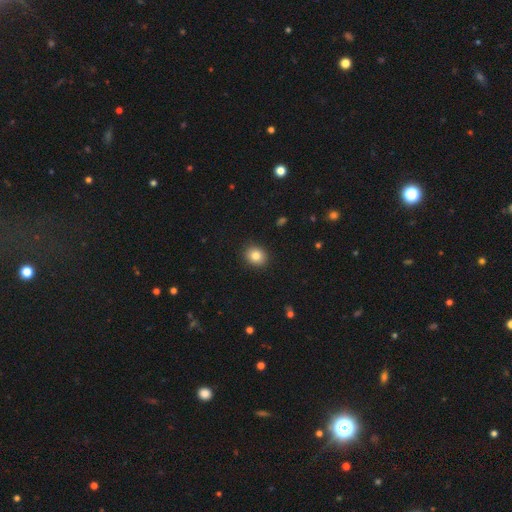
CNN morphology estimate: smooth 83%, star or artifact 10%, featured or disk 7%. Down the decision tree: how rounded — round (67%); merging — none (91%).